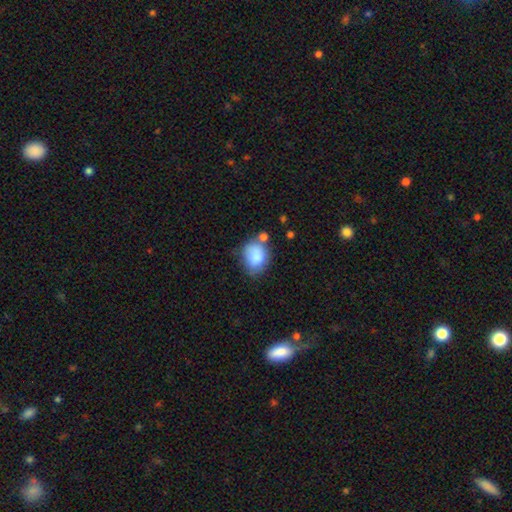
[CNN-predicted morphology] This is clearly a smooth galaxy (83%). How rounded: possibly in between (55%). Merging: possibly none (51%).